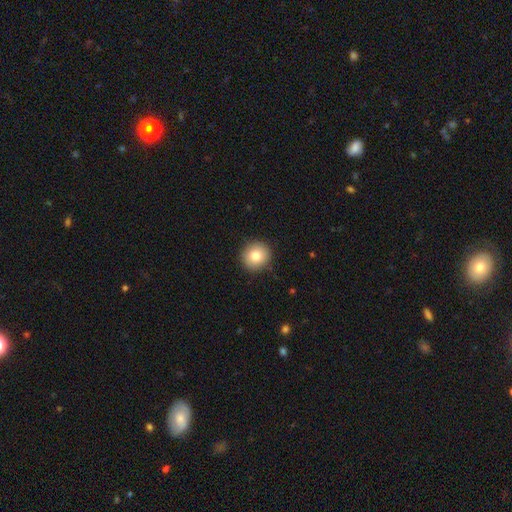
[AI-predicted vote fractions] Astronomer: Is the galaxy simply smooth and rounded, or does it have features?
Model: smooth — 82%.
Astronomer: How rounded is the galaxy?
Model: round — 93%.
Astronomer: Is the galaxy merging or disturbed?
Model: none — 91%.